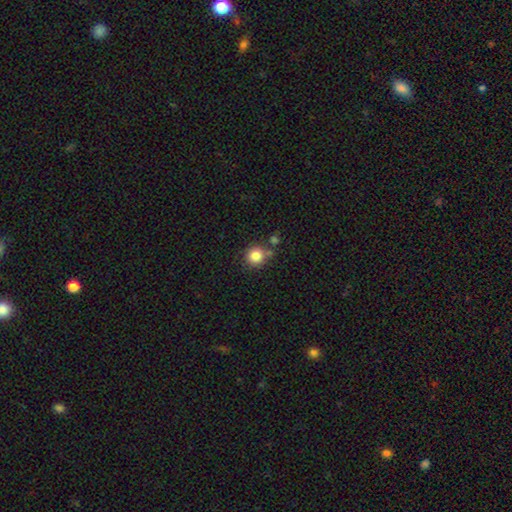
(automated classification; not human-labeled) This is clearly a smooth galaxy (83%). How rounded: clearly round (91%). Merging: likely none (70%).